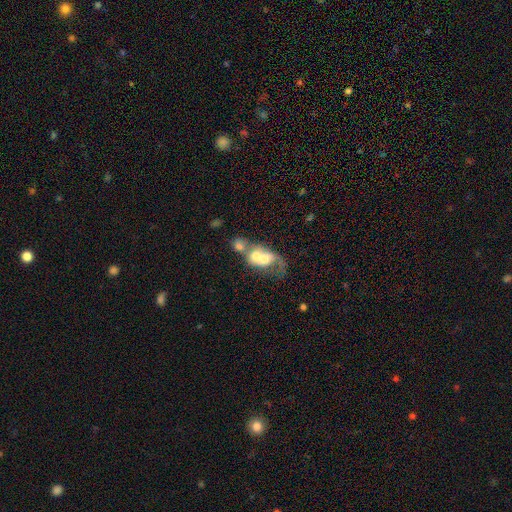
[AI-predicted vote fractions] Morphology: type=smooth (52%); roundness=in between (55%); merging=merger (77%).